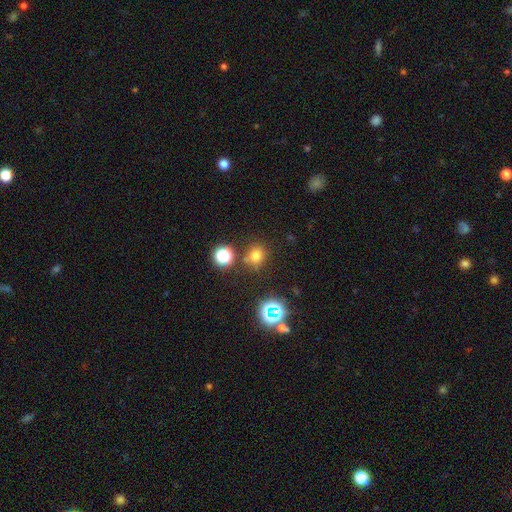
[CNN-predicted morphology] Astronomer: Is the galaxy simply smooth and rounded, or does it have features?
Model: smooth — 68%.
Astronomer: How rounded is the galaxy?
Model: round — 78%.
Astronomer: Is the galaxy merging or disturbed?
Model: none — 75%.